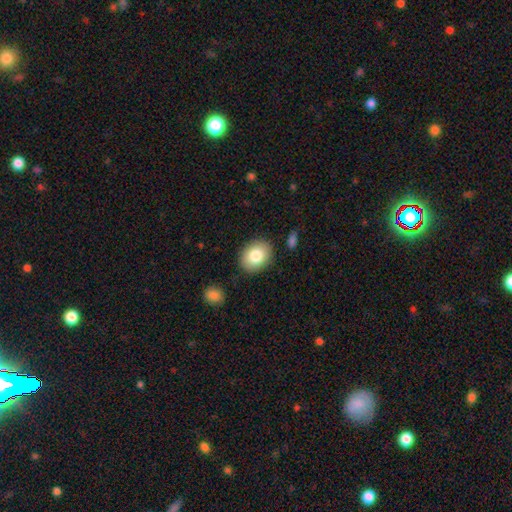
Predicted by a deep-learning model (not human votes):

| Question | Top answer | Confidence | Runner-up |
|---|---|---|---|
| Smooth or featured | smooth | 82% | featured or disk (10%) |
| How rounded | in between | 57% | round (42%) |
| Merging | none | 87% | minor disturbance (9%) |